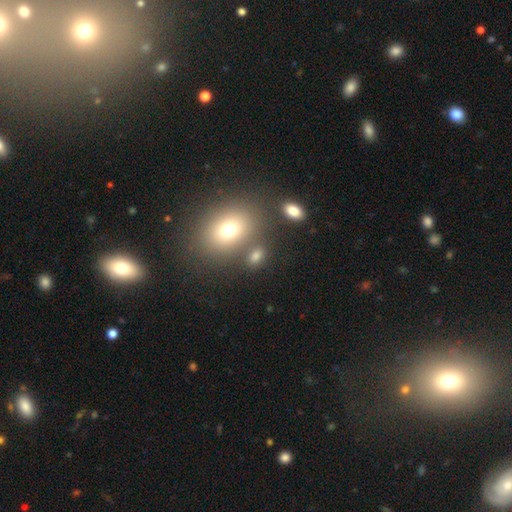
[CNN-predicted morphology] A smooth galaxy with no disk features (72%) that is in between round and cigar-shaped (67%). Merging: none (66%).